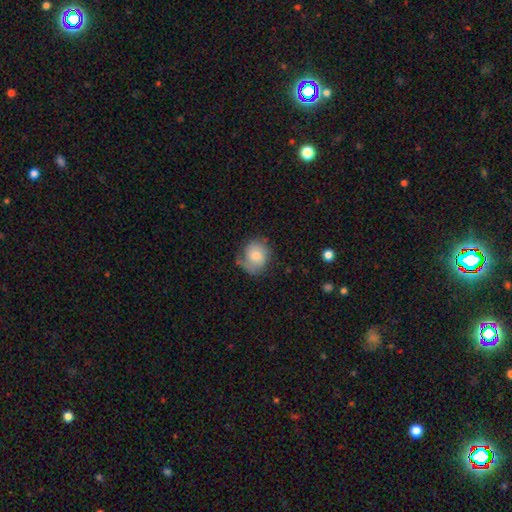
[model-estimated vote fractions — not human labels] A smooth galaxy with no disk features (62%) that is round (70%).

Vote fractions:
- Smooth or featured? smooth: 62% / featured or disk: 30% / star or artifact: 8%
- How rounded? round: 70% / in between: 29% / cigar-shaped: 1%
- Merging? none: 57% / minor disturbance: 27% / major disturbance: 12% / merger: 4%